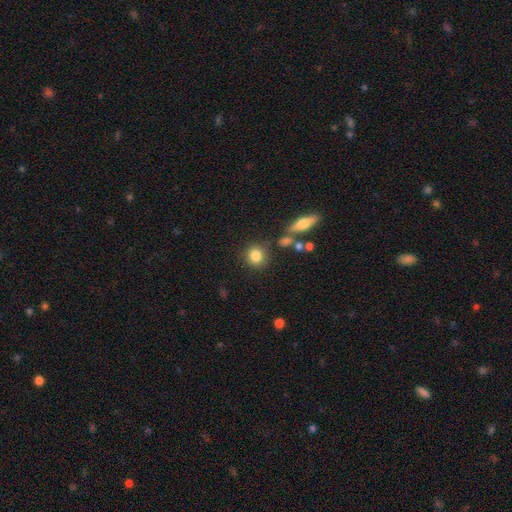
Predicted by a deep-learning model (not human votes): Smooth or featured: smooth — 82% (star or artifact — 10%)
How rounded: round — 81% (in between — 17%)
Merging: none — 79% (minor disturbance — 10%)